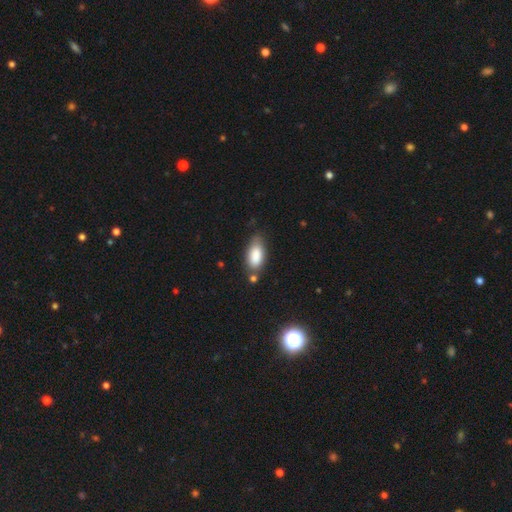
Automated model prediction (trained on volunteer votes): The model was most divided on "merging": none: 63%, minor disturbance: 23%, merger: 9%, major disturbance: 5%. More confident: how rounded — in between (89%); smooth or featured — smooth (85%).